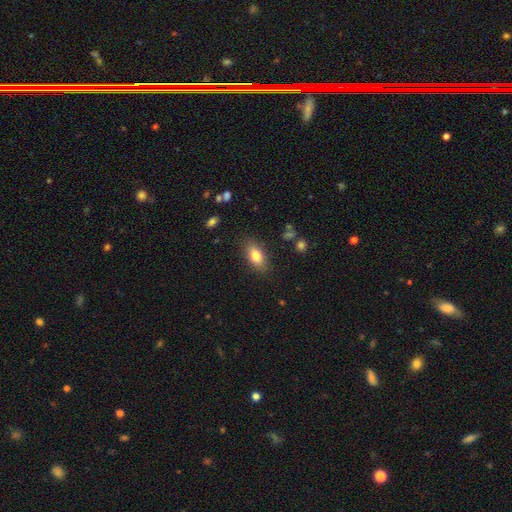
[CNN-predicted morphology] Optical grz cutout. It shows a smooth galaxy with no disk features (79%) that is in between round and cigar-shaped (85%). Merging: none (85%).